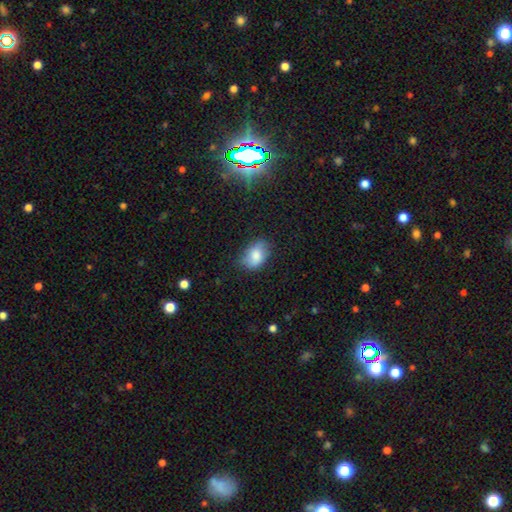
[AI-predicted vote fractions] smooth-or-featured: smooth: 80% | featured or disk: 13% | star or artifact: 8%
  how-rounded: in between: 84% | round: 15% | cigar-shaped: 1%
  merging: none: 70% | minor disturbance: 23% | major disturbance: 5% | merger: 1%